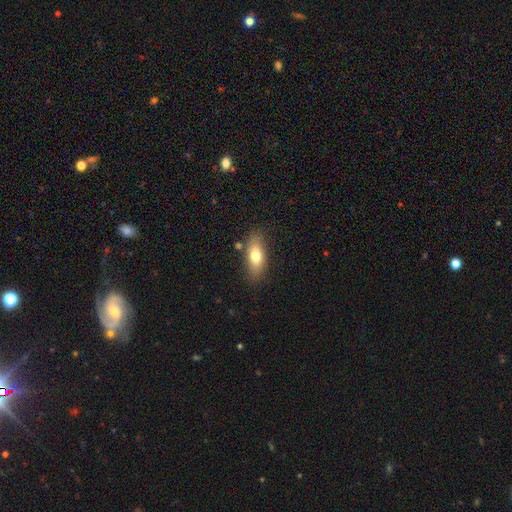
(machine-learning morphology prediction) Smooth or featured: smooth — 72% (featured or disk — 21%)
How rounded: in between — 78% (cigar-shaped — 18%)
Merging: none — 80% (minor disturbance — 13%)